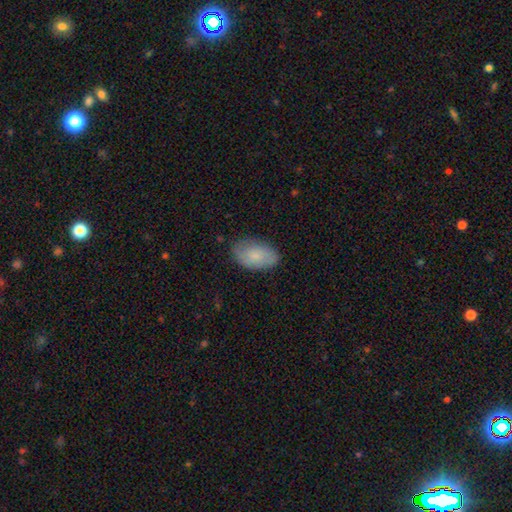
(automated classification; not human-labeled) smooth_or_featured: smooth (p=0.78) [alt: featured or disk p=0.15]
how_rounded: in between (p=0.93) [alt: round p=0.06]
merging: none (p=0.78) [alt: minor disturbance p=0.17]